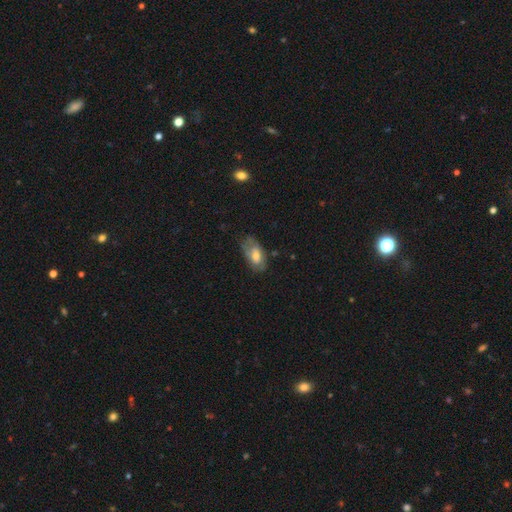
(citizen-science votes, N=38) Smooth or featured?
  - smooth: 55% *
  - featured or disk: 37%
  - star or artifact: 8%
How rounded?
  - in between: 95% *
  - cigar-shaped: 5%
  - round: 0%
Merging?
  - none: 49% *
  - minor disturbance: 34%
  - major disturbance: 14%
  - merger: 3%